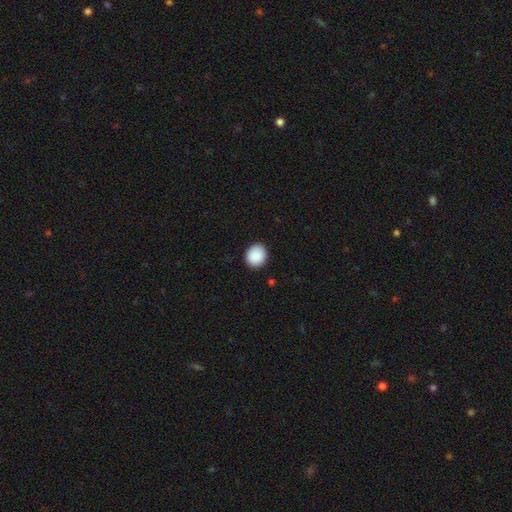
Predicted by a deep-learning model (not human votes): This appears to be a smooth galaxy with no disk features (90%) that is round (77%). Merging: none (90%).